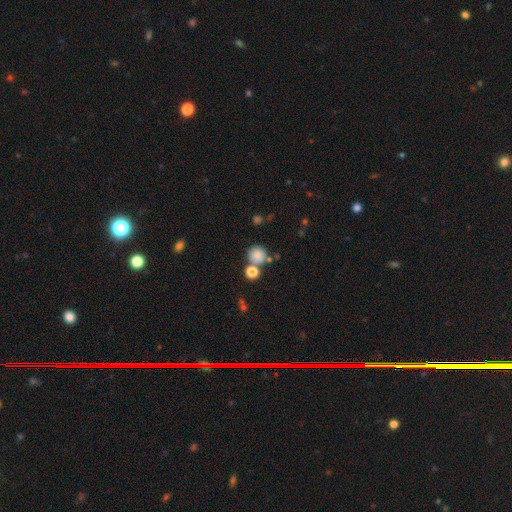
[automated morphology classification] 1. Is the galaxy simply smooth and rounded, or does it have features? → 82% smooth, 12% star or artifact, 6% featured or disk.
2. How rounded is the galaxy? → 90% round, 9% in between, 1% cigar-shaped.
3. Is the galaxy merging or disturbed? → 66% none, 20% merger, 10% minor disturbance, 4% major disturbance.